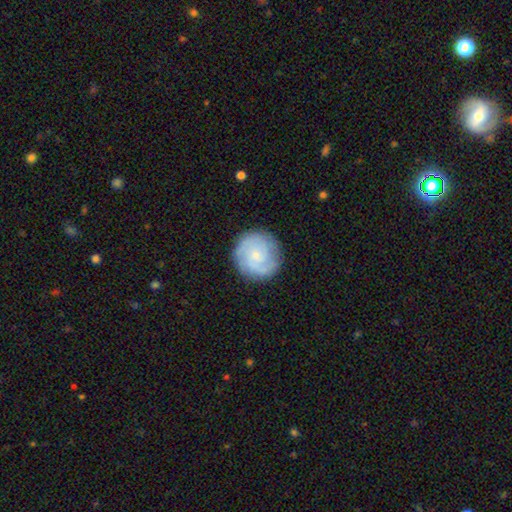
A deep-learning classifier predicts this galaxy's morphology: This appears to be a featured or disk galaxy (66%) with no bar (74%), 2 (35%) tight (60%) spiral arms (93%) and a small central bulge (74%). Merging: none (84%).